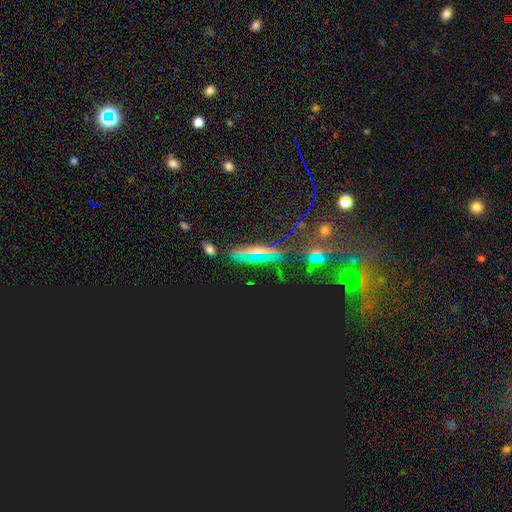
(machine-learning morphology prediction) Smooth or featured? featured or disk (42%)
Merging? none (71%)